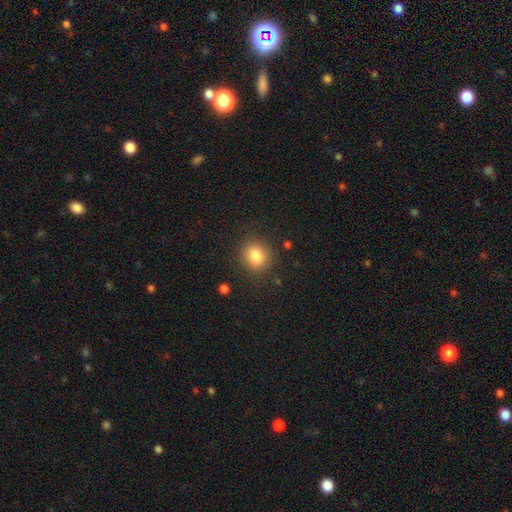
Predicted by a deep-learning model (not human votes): The model was most divided on "how rounded": round: 78%, in between: 21%, cigar-shaped: 1%. More confident: merging — none (86%); smooth or featured — smooth (83%).